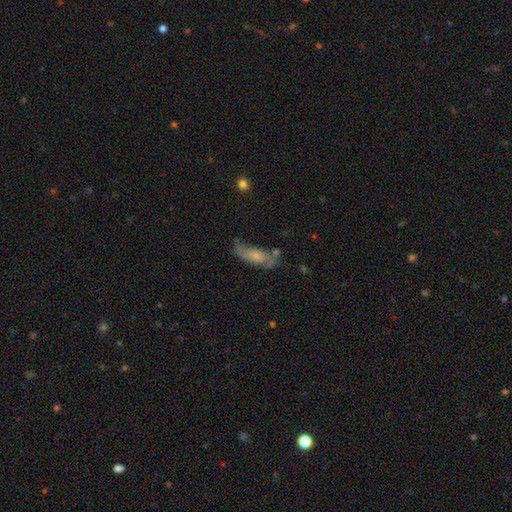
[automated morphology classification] This is possibly a smooth galaxy (55%). How rounded: likely in between (64%). Merging: possibly none (56%).